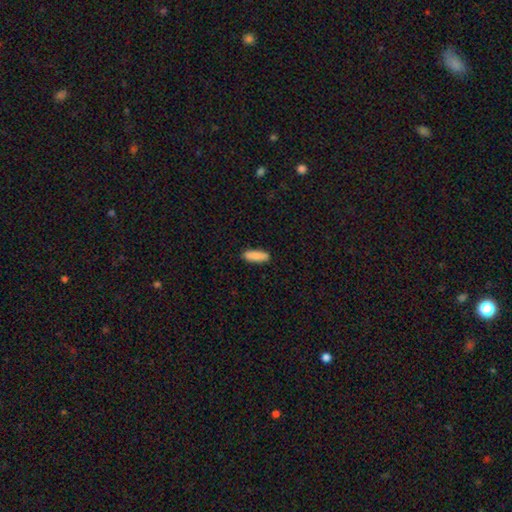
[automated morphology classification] The model was most divided on "how rounded": cigar-shaped: 51%, in between: 48%, round: 2%. More confident: merging — none (89%); smooth or featured — smooth (89%).